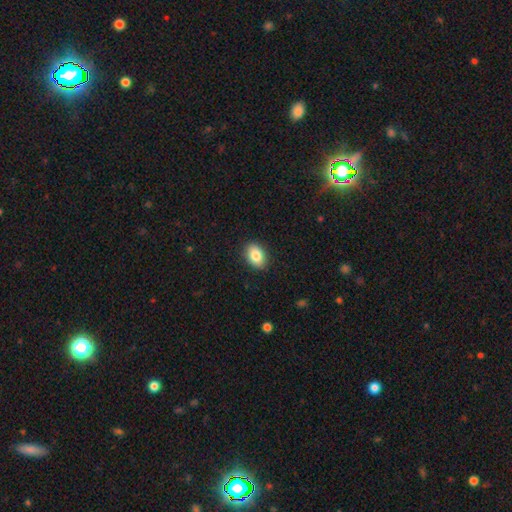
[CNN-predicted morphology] This appears to be a smooth galaxy with no disk features (85%) that is in between round and cigar-shaped (83%). Merging: none (90%).